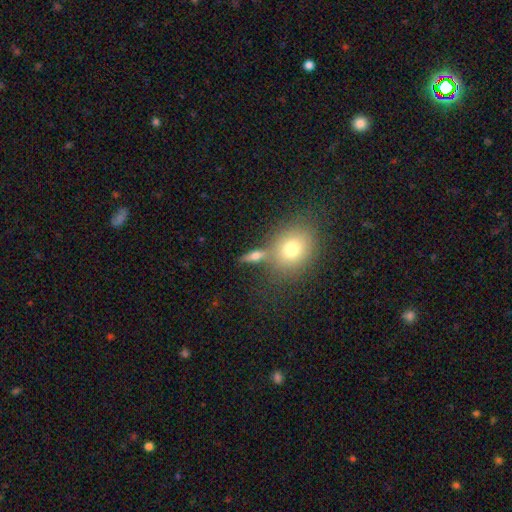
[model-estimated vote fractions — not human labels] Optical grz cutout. It shows a smooth galaxy with no disk features (58%) that is in between round and cigar-shaped (47%). Merging: none (64%).